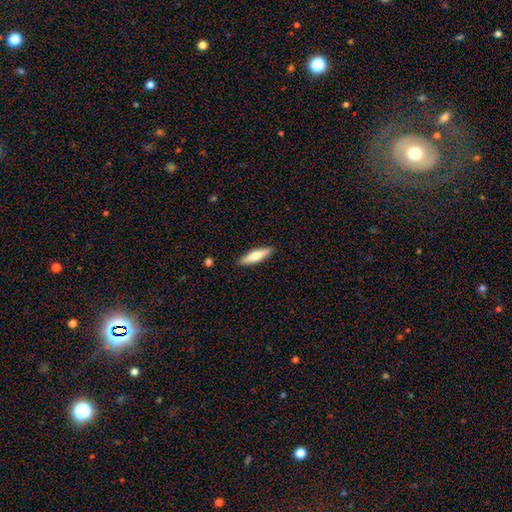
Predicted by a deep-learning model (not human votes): Smooth or featured? Predicted: smooth (p=0.65). How rounded? Predicted: cigar-shaped (p=0.72). Merging? Predicted: none (p=0.89).